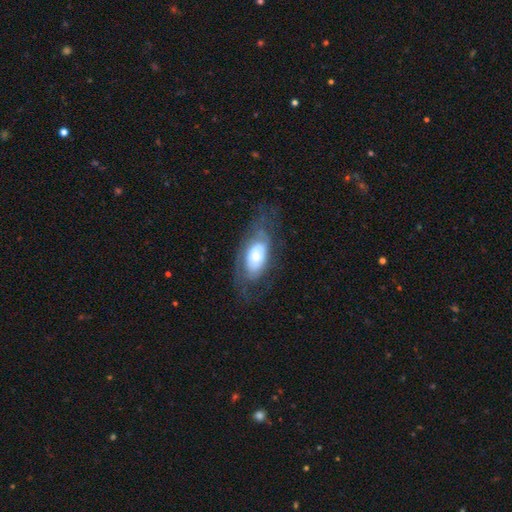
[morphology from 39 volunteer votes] Smooth or featured? featured or disk (59%)
Edge-on disk? no (91%)
Bar? no (71%)
Spiral arms? yes (67%)
Spiral winding? tight (57%)
Spiral arm count? can't tell (50%)
Bulge size? small (48%)
Merging? none (56%)